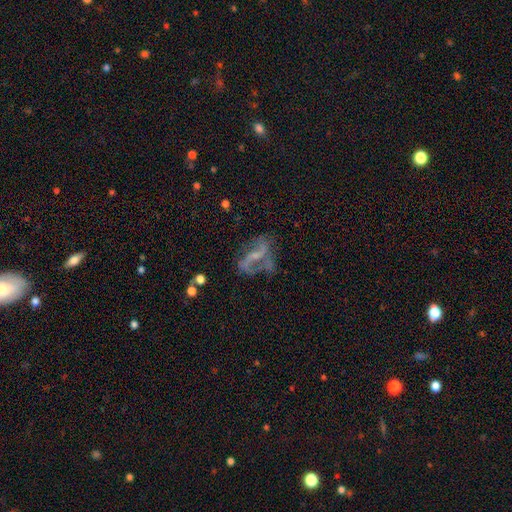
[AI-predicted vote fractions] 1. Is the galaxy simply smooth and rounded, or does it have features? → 73% featured or disk, 16% smooth, 11% star or artifact.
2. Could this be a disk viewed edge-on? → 94% no, 6% yes.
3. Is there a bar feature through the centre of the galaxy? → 41% weak, 32% no, 28% strong.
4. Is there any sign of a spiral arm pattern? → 73% yes, 27% no.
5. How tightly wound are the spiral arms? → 64% loose, 27% medium, 9% tight.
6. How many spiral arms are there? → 75% 2, 11% can't tell, 9% 1, 2% 3, 1% 4, 1% more than 4.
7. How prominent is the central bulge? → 48% small, 29% none, 20% moderate, 2% large, 1% dominant.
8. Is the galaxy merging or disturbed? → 43% none, 29% major disturbance, 20% minor disturbance, 7% merger.